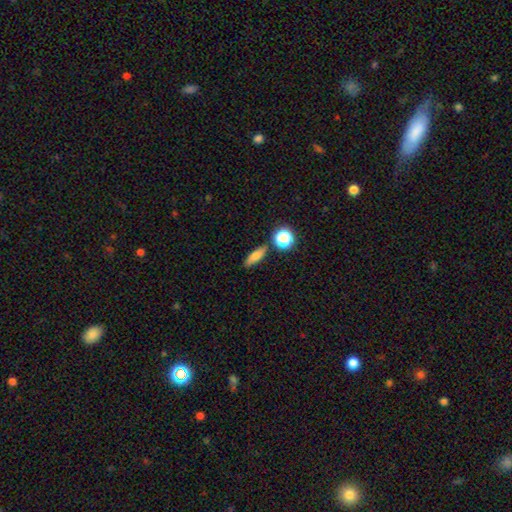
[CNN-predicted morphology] smooth 72%, featured or disk 16%, star or artifact 12%. Down the decision tree: how rounded — in between (49%); merging — none (81%).